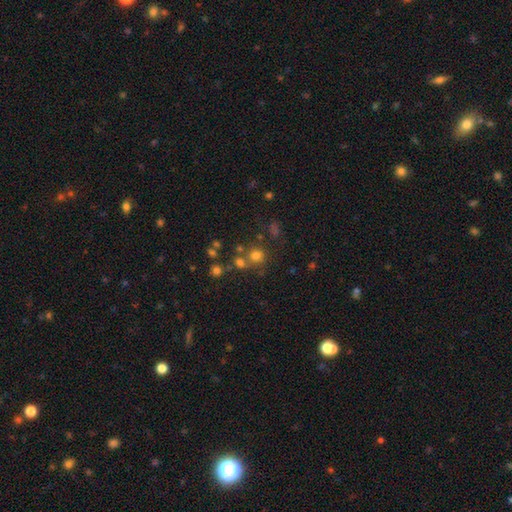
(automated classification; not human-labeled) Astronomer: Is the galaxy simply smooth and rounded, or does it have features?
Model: smooth — 65%.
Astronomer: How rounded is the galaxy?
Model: round — 87%.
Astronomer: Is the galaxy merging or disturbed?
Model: none — 61%.